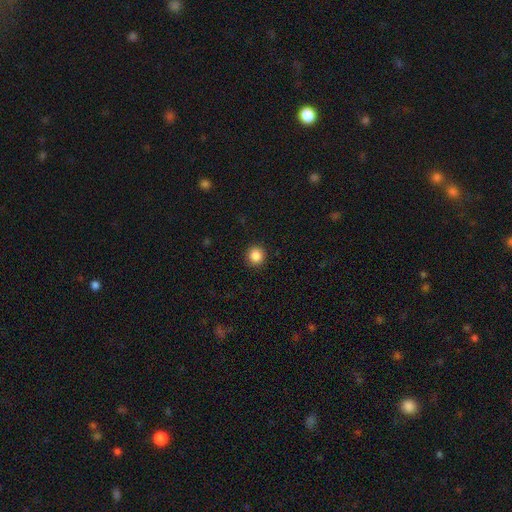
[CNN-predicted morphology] Smooth or featured?
  - smooth: 87% *
  - star or artifact: 10%
  - featured or disk: 3%
How rounded?
  - round: 93% *
  - in between: 6%
  - cigar-shaped: 1%
Merging?
  - none: 92% *
  - minor disturbance: 5%
  - major disturbance: 2%
  - merger: 1%